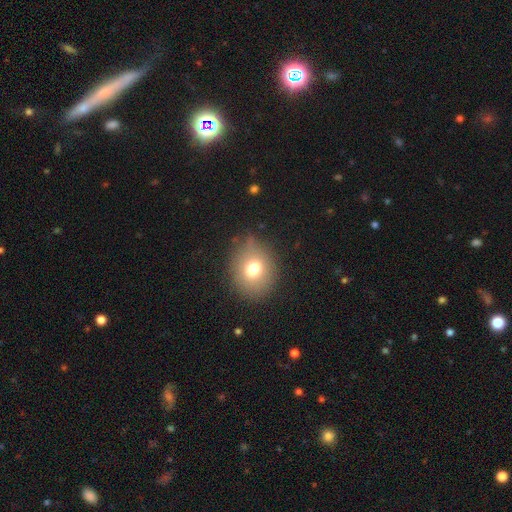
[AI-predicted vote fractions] Smooth or featured? smooth (73%)
How rounded? round (63%)
Merging? none (81%)